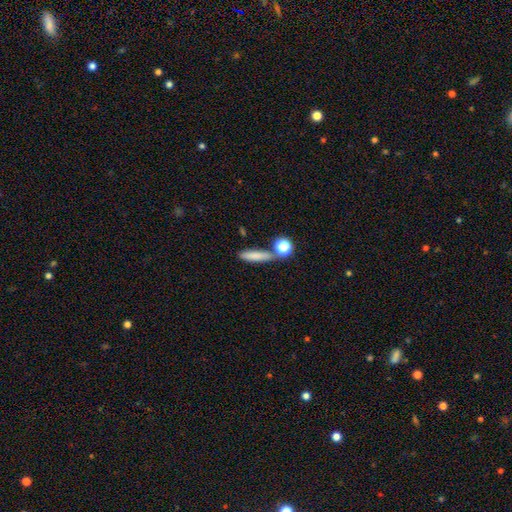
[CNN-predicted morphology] A smooth galaxy with no disk features (78%) that is cigar-shaped (65%).

Vote fractions:
- Smooth or featured? smooth: 78% / featured or disk: 12% / star or artifact: 10%
- How rounded? cigar-shaped: 65% / in between: 27% / round: 8%
- Merging? none: 69% / merger: 15% / minor disturbance: 12% / major disturbance: 4%